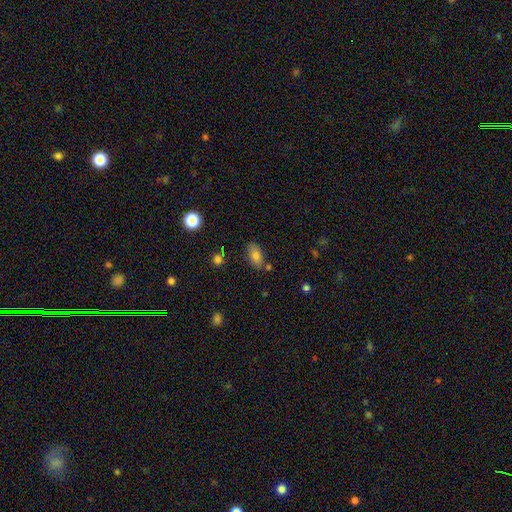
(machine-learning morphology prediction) Smooth or featured: smooth — 77% (featured or disk — 12%)
How rounded: in between — 88% (round — 6%)
Merging: none — 74% (minor disturbance — 15%)